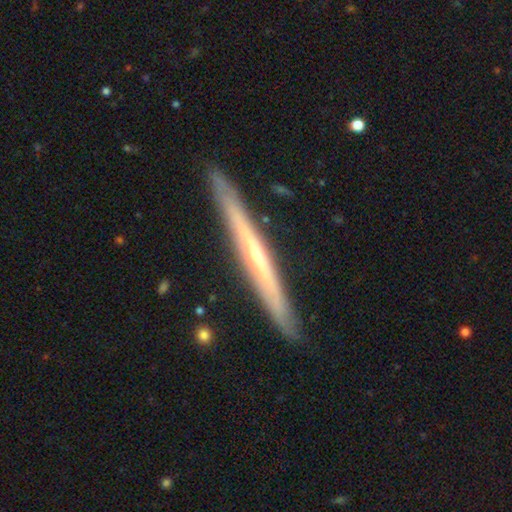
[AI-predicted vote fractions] Overall: featured or disk (73%). Edge-on disk: yes (96%). Edge-on bulge: rounded (50%; none 46%). Merging: none (91%).